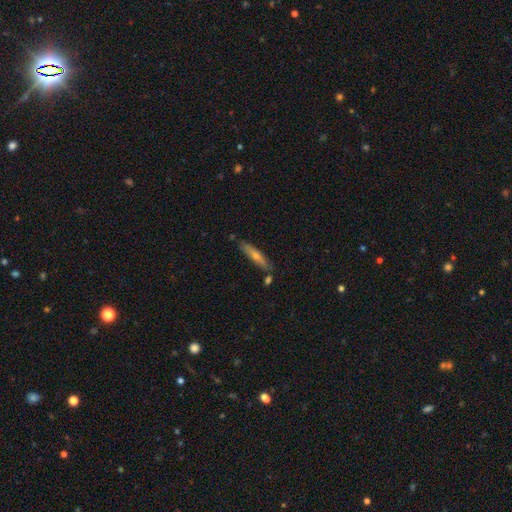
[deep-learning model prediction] The model was most divided on "smooth or featured": featured or disk: 47%, smooth: 45%, star or artifact: 7%. More confident: merging — none (82%).